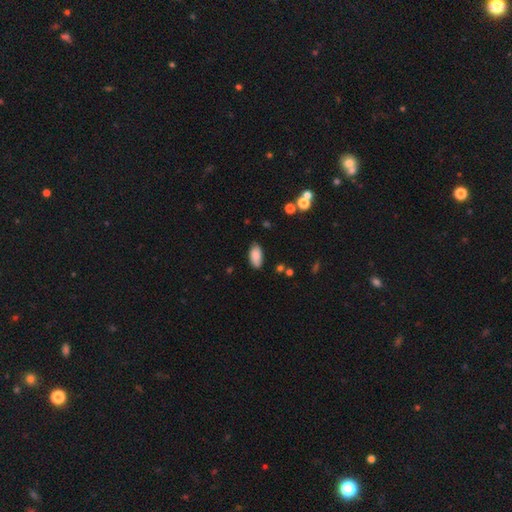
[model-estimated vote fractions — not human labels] Smooth or featured?
  - smooth: 86% *
  - star or artifact: 7%
  - featured or disk: 6%
How rounded?
  - in between: 93% *
  - cigar-shaped: 4%
  - round: 3%
Merging?
  - none: 81% *
  - minor disturbance: 15%
  - major disturbance: 3%
  - merger: 2%